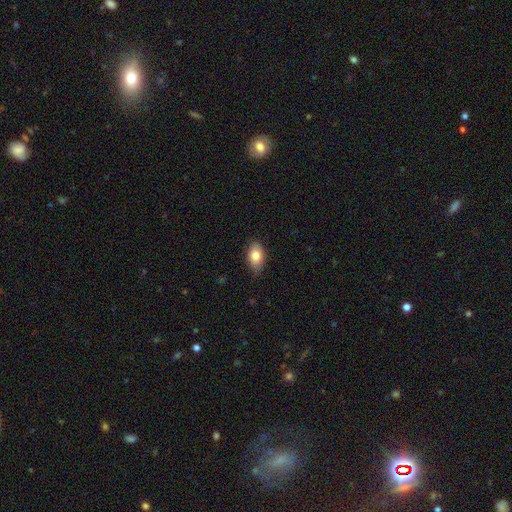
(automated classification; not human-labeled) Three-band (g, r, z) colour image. It shows a smooth galaxy with no disk features (81%) that is in between round and cigar-shaped (89%). Merging: none (78%).